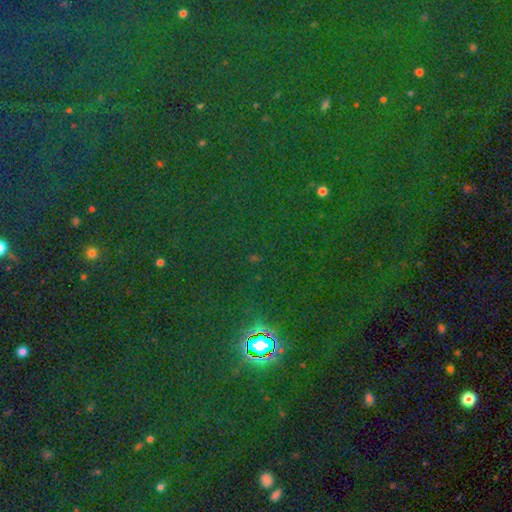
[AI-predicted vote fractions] This is clearly a star or artifact rather than a galaxy (83%).